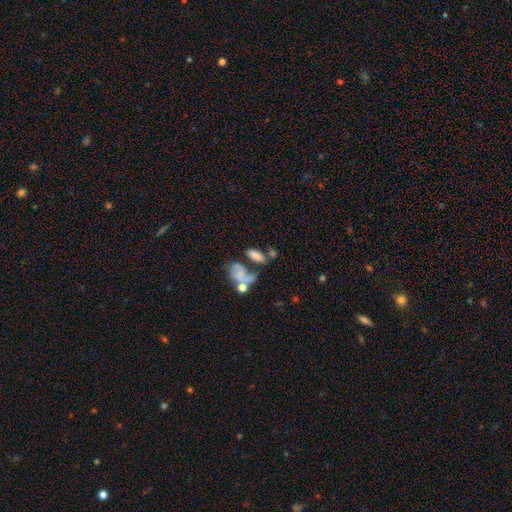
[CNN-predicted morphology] The model was most divided on "merging": merger: 38%, none: 32%, major disturbance: 15%, minor disturbance: 14%. More confident: how rounded — in between (83%); smooth or featured — smooth (67%).